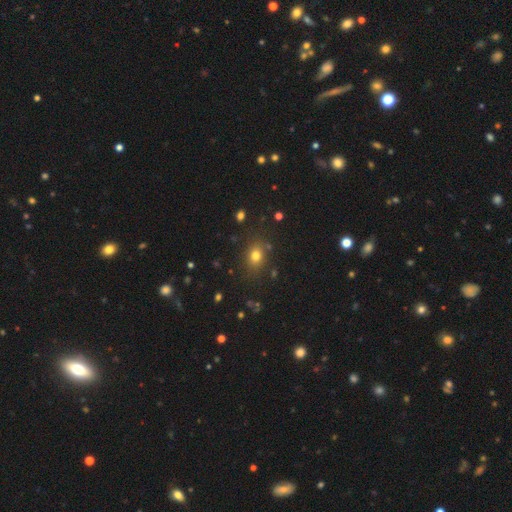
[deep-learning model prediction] Smooth or featured?
  - smooth: 76% *
  - star or artifact: 16%
  - featured or disk: 8%
How rounded?
  - round: 50% *
  - in between: 49%
  - cigar-shaped: 1%
Merging?
  - none: 82% *
  - minor disturbance: 11%
  - major disturbance: 4%
  - merger: 3%